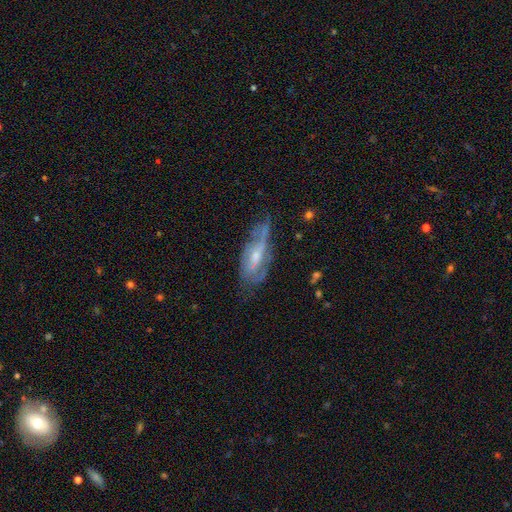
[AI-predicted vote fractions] This is likely a featured or disk galaxy (69%). It is likely not viewed edge-on (79%). Bar: possibly no (47%). Spiral arm pattern: likely yes (71%). Central bulge: possibly moderate (47%). Merging: possibly none (49%).